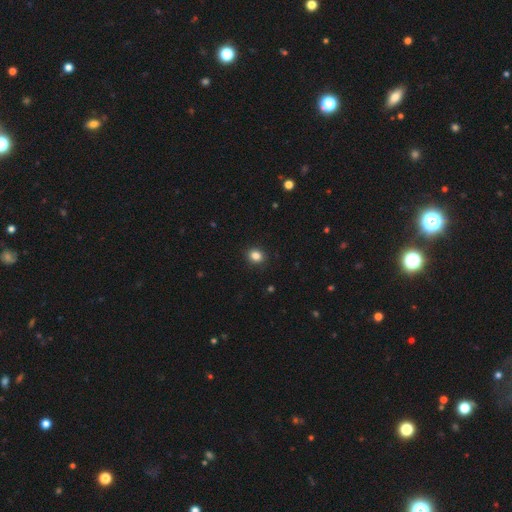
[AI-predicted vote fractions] Smooth or featured? smooth (85%)
How rounded? round (66%)
Merging? none (89%)